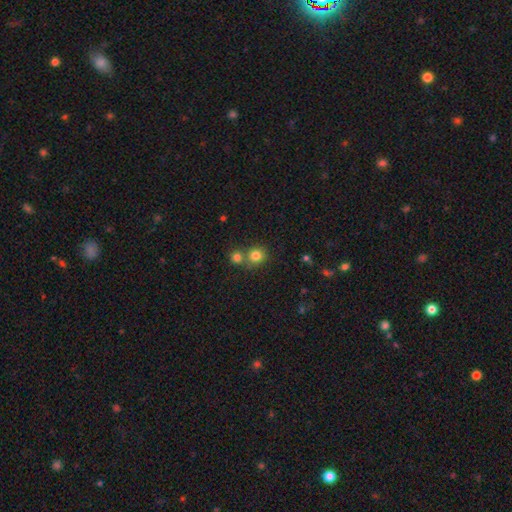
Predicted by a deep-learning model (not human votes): Morphology: type=smooth (80%); roundness=round (85%); merging=none (58%).